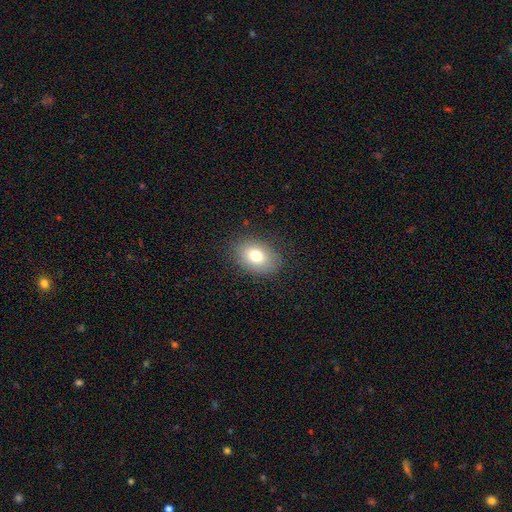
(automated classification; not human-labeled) smooth 76%, featured or disk 14%, star or artifact 10%. Down the decision tree: how rounded — in between (78%); merging — none (84%).